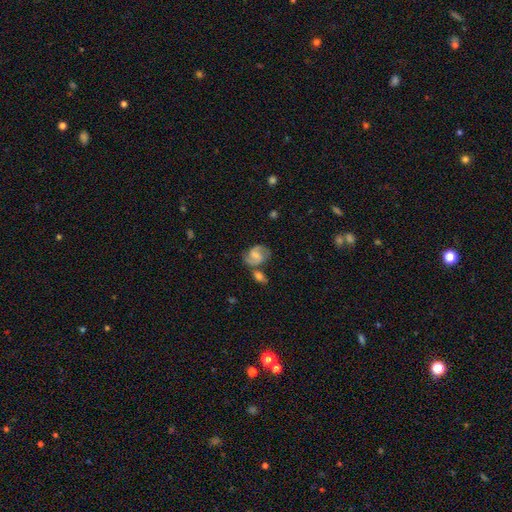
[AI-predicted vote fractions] Smooth or featured? Predicted: featured or disk (p=0.77). Edge-on disk? Predicted: no (p=0.98). Bar? Predicted: weak (p=0.51). Spiral arms? Predicted: yes (p=0.95). Spiral winding? Predicted: medium (p=0.55). Spiral arm count? Predicted: 2 (p=0.91). Bulge size? Predicted: small (p=0.37). Merging? Predicted: none (p=0.61).